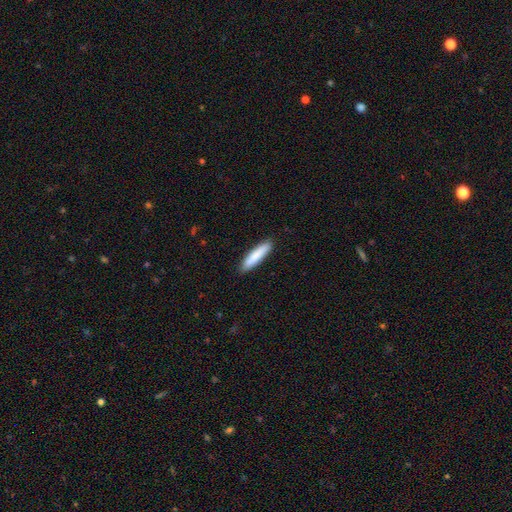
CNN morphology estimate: Q: Smooth or featured?
A: smooth (85%); runner-up: featured or disk (10%)
Q: How rounded?
A: cigar-shaped (83%); runner-up: in between (16%)
Q: Merging?
A: none (89%); runner-up: minor disturbance (8%)